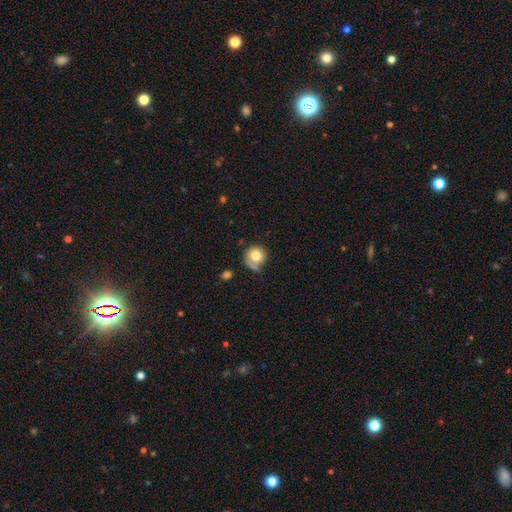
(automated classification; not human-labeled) Overall: smooth (76%). How rounded: round (89%). Merging: none (56%; minor disturbance 21%).